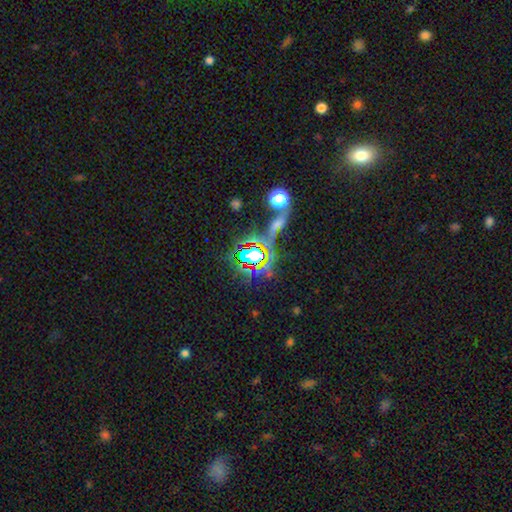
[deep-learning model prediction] Smooth or featured: star or artifact — 67% (smooth — 20%)